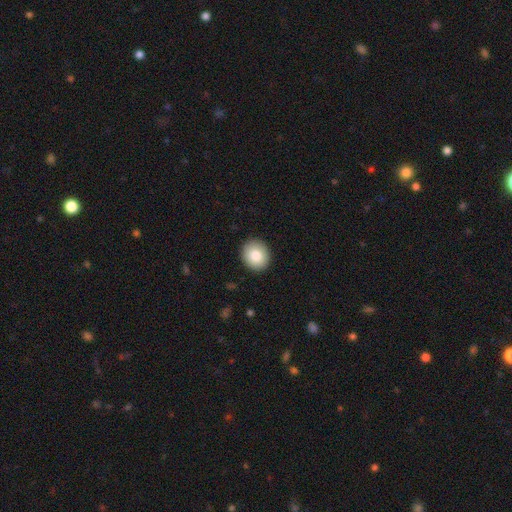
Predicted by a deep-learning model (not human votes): smooth-or-featured: smooth: 84% | featured or disk: 8% | star or artifact: 8%
  how-rounded: round: 76% | in between: 23% | cigar-shaped: 1%
  merging: none: 91% | minor disturbance: 6% | major disturbance: 2% | merger: 1%